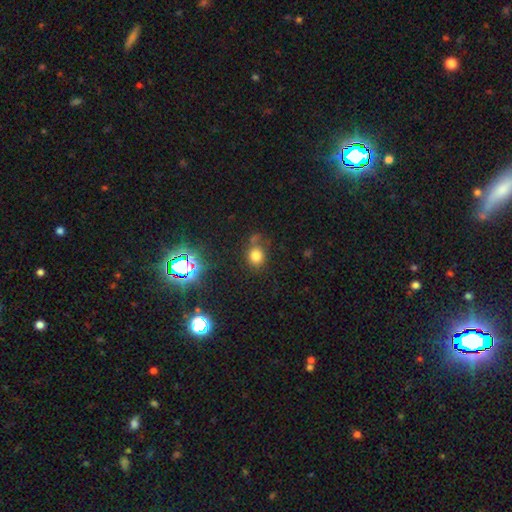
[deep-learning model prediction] Q: Smooth or featured?
A: smooth (75%); runner-up: star or artifact (18%)
Q: How rounded?
A: round (73%); runner-up: in between (26%)
Q: Merging?
A: none (66%); runner-up: minor disturbance (18%)